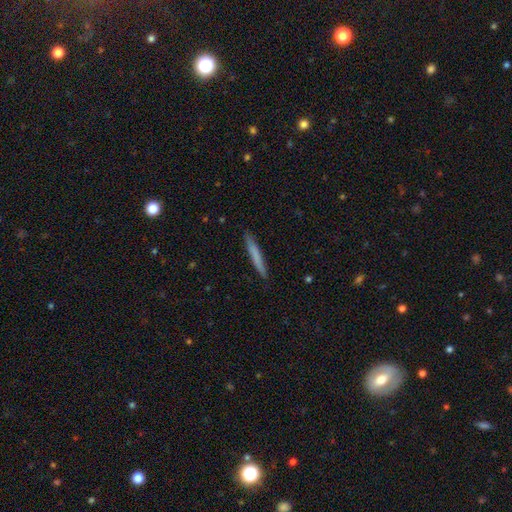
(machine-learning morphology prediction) Overall: smooth (71%). How rounded: cigar-shaped (96%). Merging: none (91%).